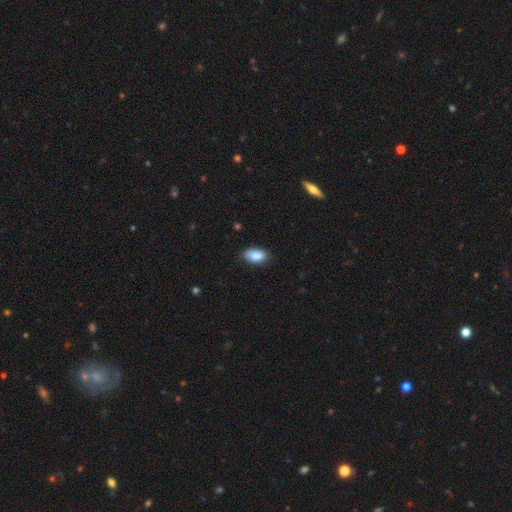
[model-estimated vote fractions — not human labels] Smooth or featured: smooth — 86% (star or artifact — 7%)
How rounded: in between — 92% (round — 5%)
Merging: none — 78% (minor disturbance — 18%)